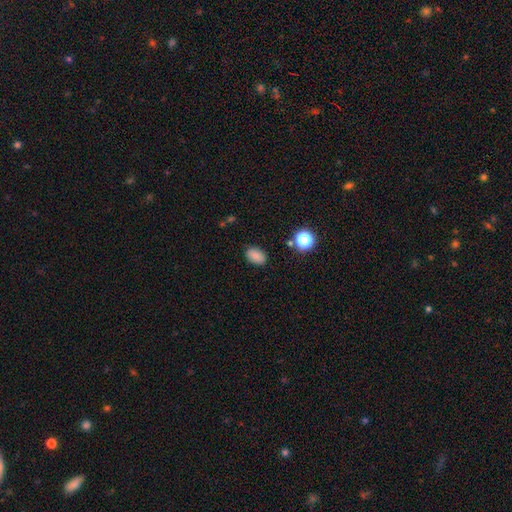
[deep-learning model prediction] smooth-or-featured: smooth: 84% | star or artifact: 11% | featured or disk: 5%
  how-rounded: in between: 87% | round: 12% | cigar-shaped: 1%
  merging: none: 86% | minor disturbance: 10% | major disturbance: 3% | merger: 2%